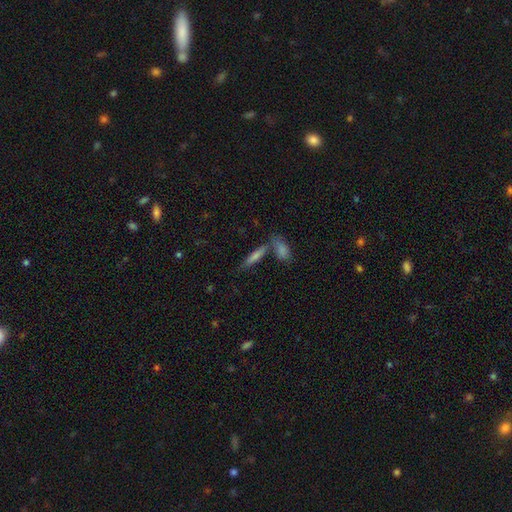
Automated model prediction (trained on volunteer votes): Overall: smooth (59%; featured or disk 30%). How rounded: cigar-shaped (74%). Merging: none (59%; merger 28%).